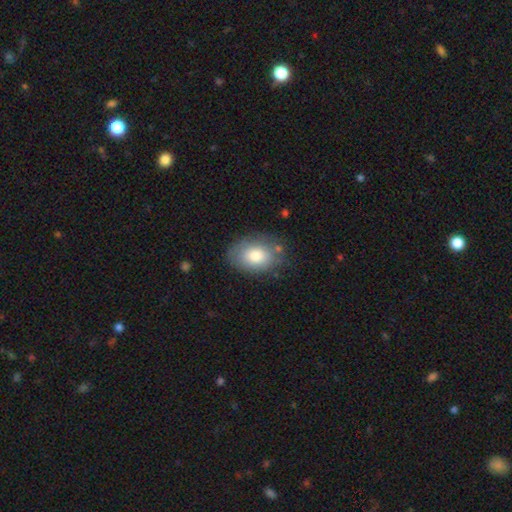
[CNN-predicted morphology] smooth-or-featured: smooth: 80% | featured or disk: 13% | star or artifact: 7%
  how-rounded: in between: 83% | round: 16% | cigar-shaped: 1%
  merging: none: 77% | minor disturbance: 16% | major disturbance: 4% | merger: 3%